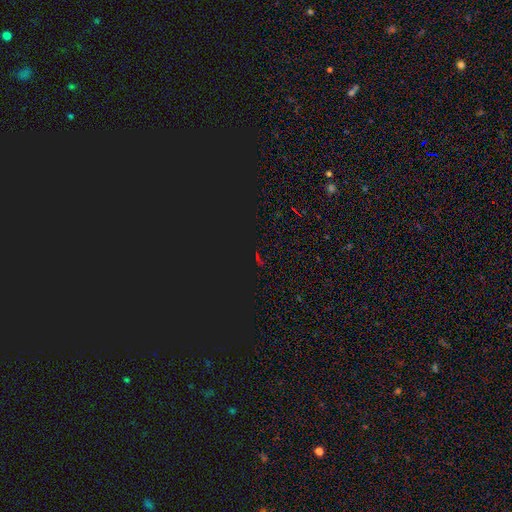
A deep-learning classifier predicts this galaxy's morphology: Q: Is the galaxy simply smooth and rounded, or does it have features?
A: star or artifact — 78%.